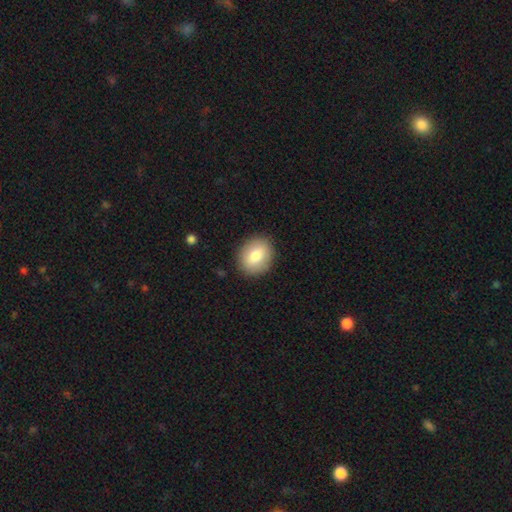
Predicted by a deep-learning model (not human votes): smooth 80%, featured or disk 13%, star or artifact 7%. Down the decision tree: how rounded — round (55%); merging — none (88%).